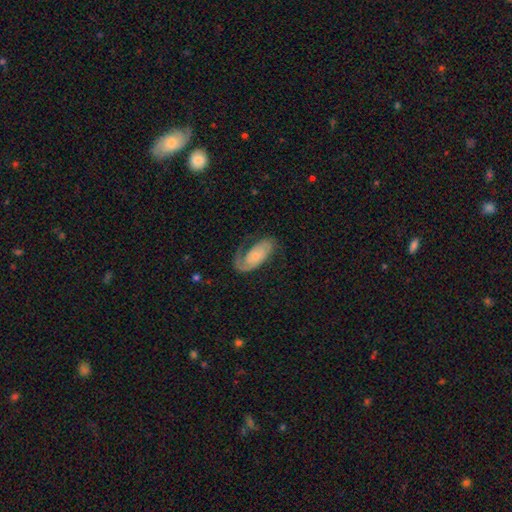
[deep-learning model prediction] Smooth or featured? Predicted: featured or disk (p=0.75). Edge-on disk? Predicted: no (p=0.95). Bar? Predicted: no (p=0.70). Spiral arms? Predicted: yes (p=0.93). Spiral winding? Predicted: tight (p=0.41). Spiral arm count? Predicted: 2 (p=0.53). Bulge size? Predicted: small (p=0.63). Merging? Predicted: none (p=0.60).